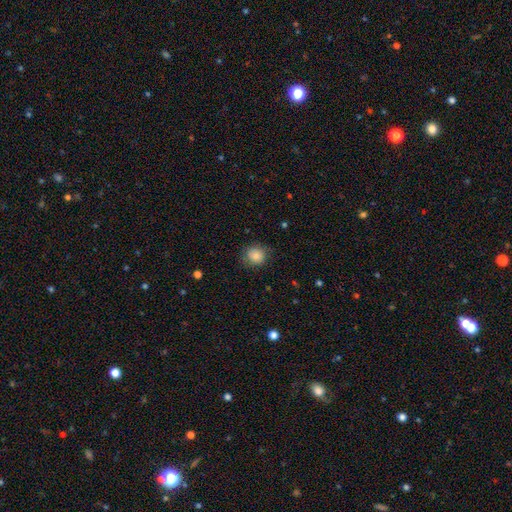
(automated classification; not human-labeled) Smooth or featured: smooth — 85% (star or artifact — 9%)
How rounded: round — 83% (in between — 16%)
Merging: none — 79% (minor disturbance — 15%)